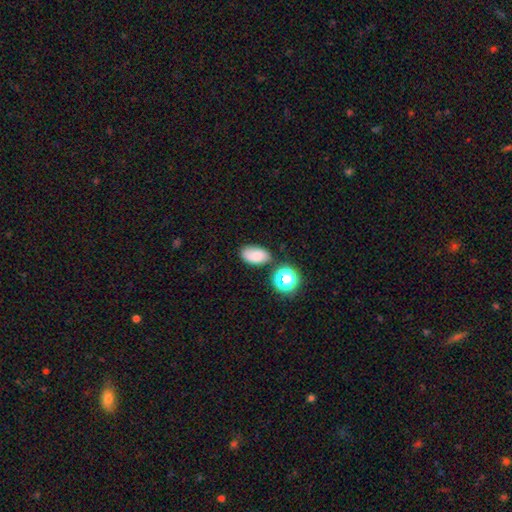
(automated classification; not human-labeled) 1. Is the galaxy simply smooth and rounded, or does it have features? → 76% smooth, 13% star or artifact, 10% featured or disk.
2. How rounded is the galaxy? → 88% in between, 10% round, 2% cigar-shaped.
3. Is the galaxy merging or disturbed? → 70% none, 17% minor disturbance, 8% merger, 4% major disturbance.